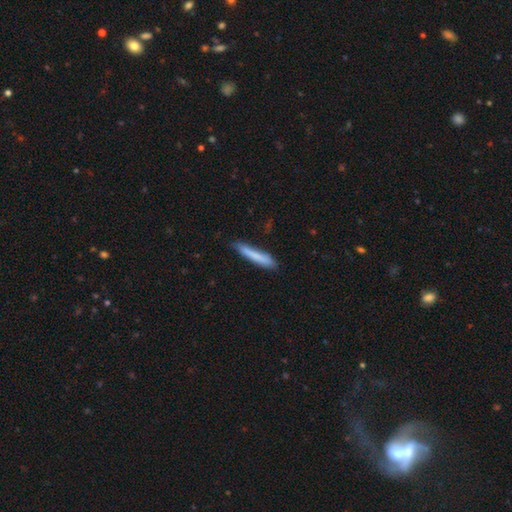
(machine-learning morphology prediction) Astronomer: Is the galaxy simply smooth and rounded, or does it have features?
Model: smooth — 78%.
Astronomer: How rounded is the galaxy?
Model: cigar-shaped — 94%.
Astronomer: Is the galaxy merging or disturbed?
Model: none — 79%.